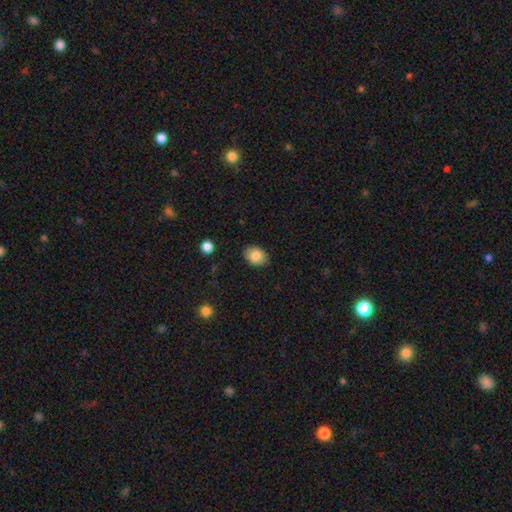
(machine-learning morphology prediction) This appears to be a smooth galaxy with no disk features (84%) that is in between round and cigar-shaped (63%). Merging: none (86%).